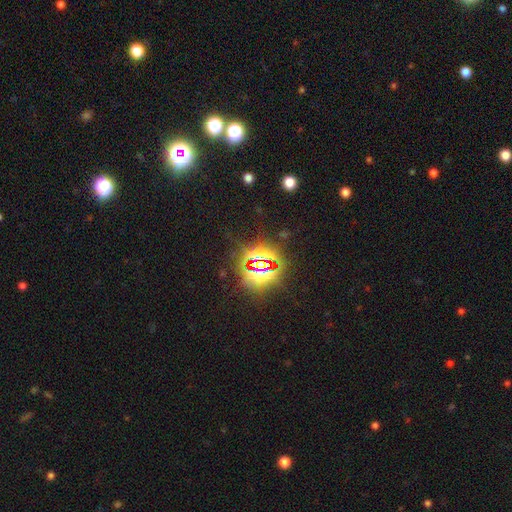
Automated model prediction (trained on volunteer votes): Morphology: type=star or artifact (81%).